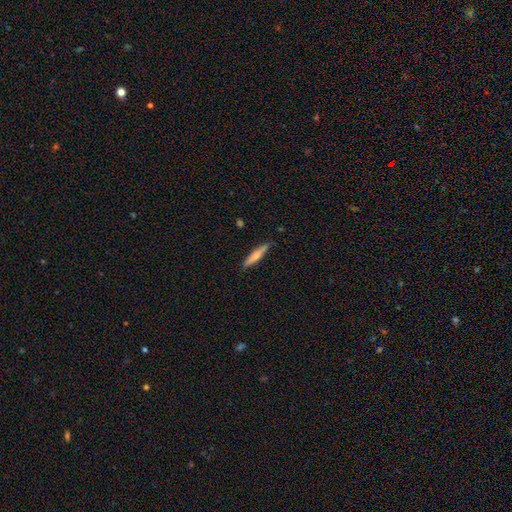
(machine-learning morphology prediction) smooth 66%, featured or disk 28%, star or artifact 6%. Down the decision tree: how rounded — cigar-shaped (89%); merging — none (81%).